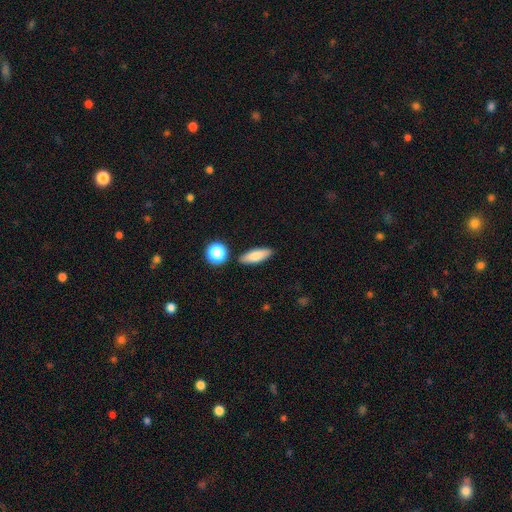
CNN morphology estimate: Q: Smooth or featured?
A: smooth (80%); runner-up: featured or disk (12%)
Q: How rounded?
A: in between (61%); runner-up: cigar-shaped (35%)
Q: Merging?
A: none (85%); runner-up: minor disturbance (9%)